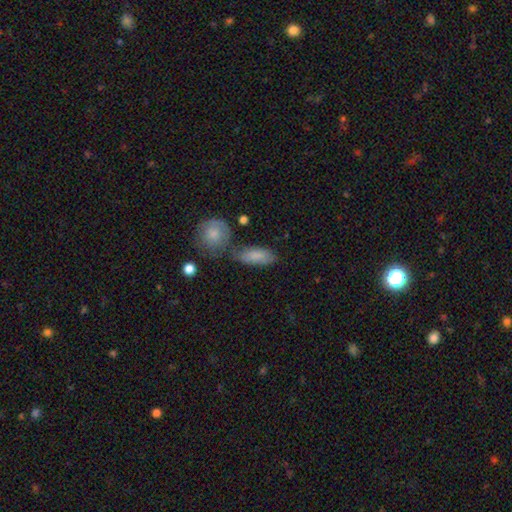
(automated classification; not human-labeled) smooth 81%, featured or disk 12%, star or artifact 7%. Down the decision tree: how rounded — in between (79%); merging — none (58%).